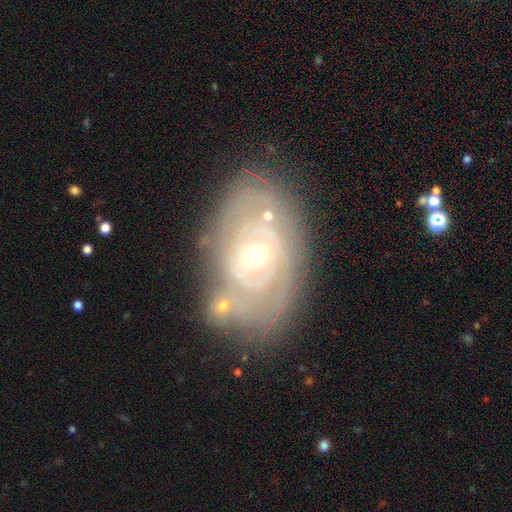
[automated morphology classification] Smooth or featured? Predicted: featured or disk (p=0.80). Edge-on disk? Predicted: no (p=0.95). Bar? Predicted: no (p=0.46). Spiral arms? Predicted: yes (p=0.76). Spiral winding? Predicted: tight (p=0.72). Spiral arm count? Predicted: can't tell (p=0.48). Bulge size? Predicted: small (p=0.52). Merging? Predicted: none (p=0.68).